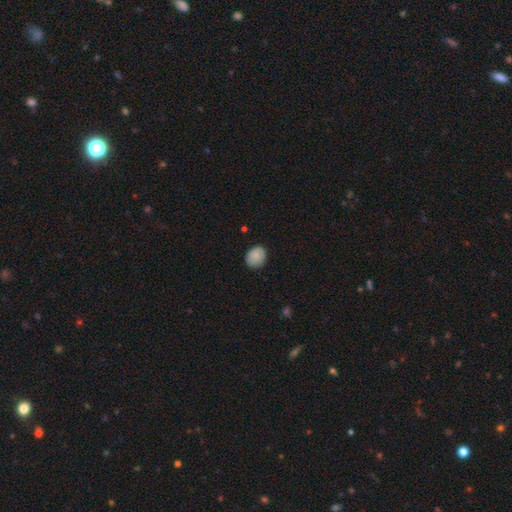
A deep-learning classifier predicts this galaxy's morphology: A smooth galaxy with no disk features (85%) that is round (64%).

Vote fractions:
- Smooth or featured? smooth: 85% / featured or disk: 8% / star or artifact: 7%
- How rounded? round: 64% / in between: 35% / cigar-shaped: 1%
- Merging? none: 83% / minor disturbance: 13% / major disturbance: 2% / merger: 1%